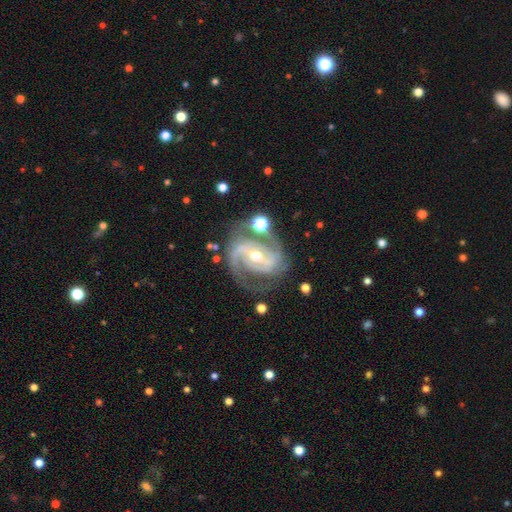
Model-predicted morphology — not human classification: featured or disk 91%, star or artifact 5%, smooth 4%. Down the decision tree: edge-on disk — no (97%); bar — strong (47%); spiral arms — yes (97%); spiral arm count — 2 (79%); spiral winding — medium (49%); bulge size — moderate (57%); merging — none (65%).